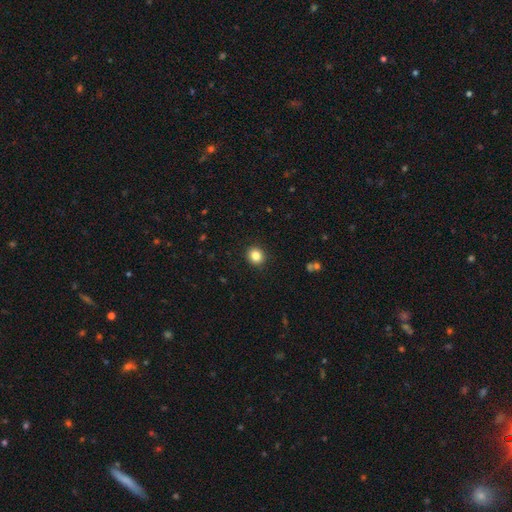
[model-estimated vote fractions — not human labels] smooth_or_featured: smooth (p=0.84) [alt: star or artifact p=0.10]
how_rounded: round (p=0.83) [alt: in between p=0.17]
merging: none (p=0.92) [alt: minor disturbance p=0.06]